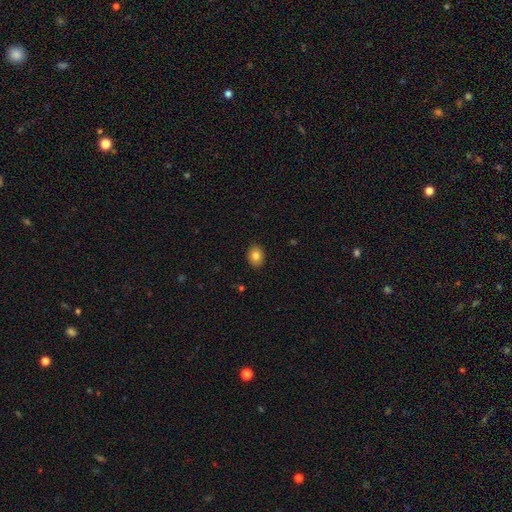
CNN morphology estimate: Smooth or featured? Predicted: smooth (p=0.83). How rounded? Predicted: in between (p=0.58). Merging? Predicted: none (p=0.90).